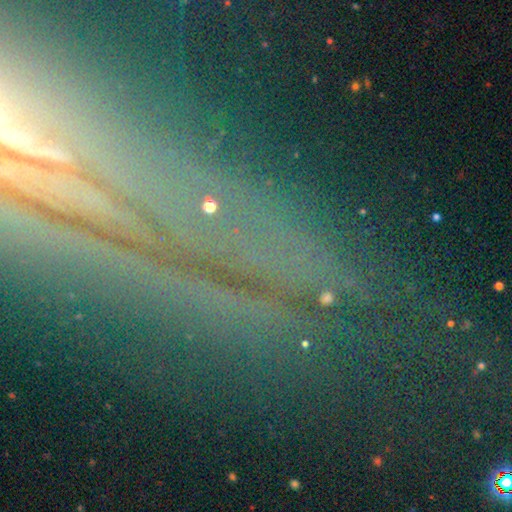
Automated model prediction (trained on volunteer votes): star or artifact 70%, featured or disk 18%, smooth 12%.